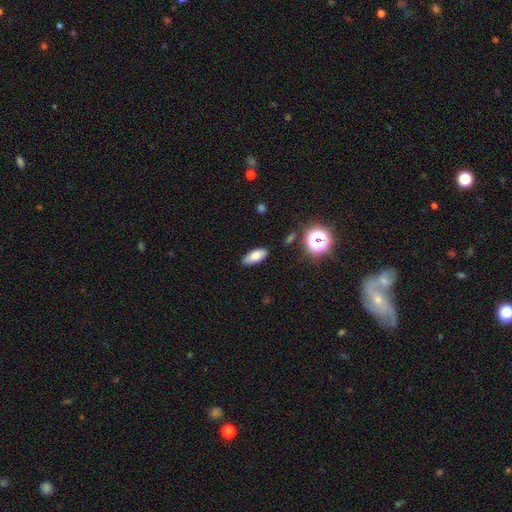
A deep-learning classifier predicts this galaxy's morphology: A smooth galaxy with no disk features (79%) that is in between round and cigar-shaped (86%). Merging: none (85%).